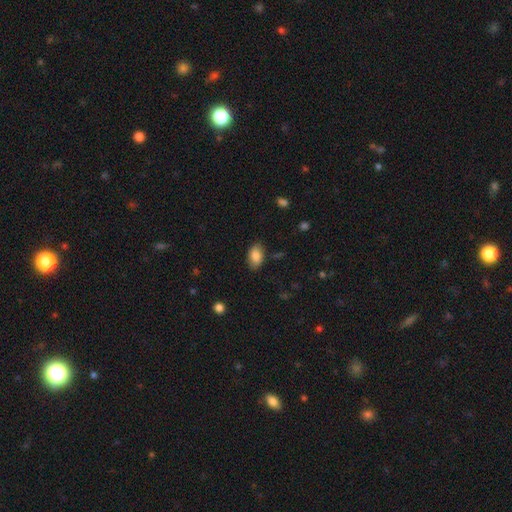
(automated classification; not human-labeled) The model was most divided on "merging": none: 82%, minor disturbance: 13%, major disturbance: 3%, merger: 1%. More confident: how rounded — in between (92%); smooth or featured — smooth (85%).